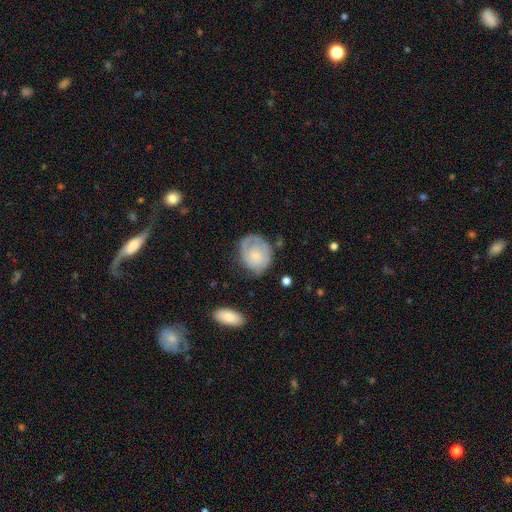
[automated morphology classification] smooth-or-featured: featured or disk: 49% | smooth: 45% | star or artifact: 6%
  merging: none: 55% | minor disturbance: 29% | major disturbance: 14% | merger: 3%